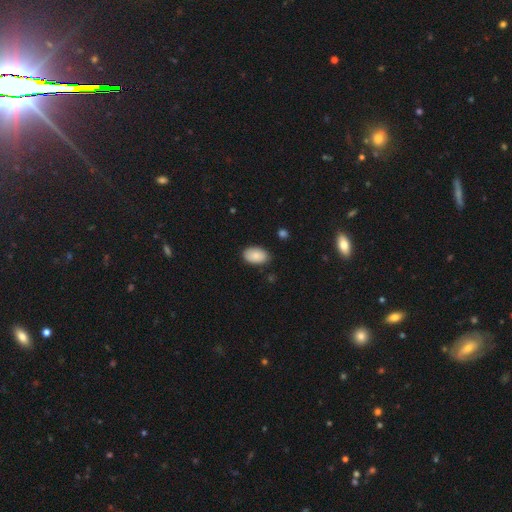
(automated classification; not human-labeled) The model was most divided on "merging": none: 83%, minor disturbance: 14%, major disturbance: 2%, merger: 1%. More confident: how rounded — in between (92%); smooth or featured — smooth (86%).